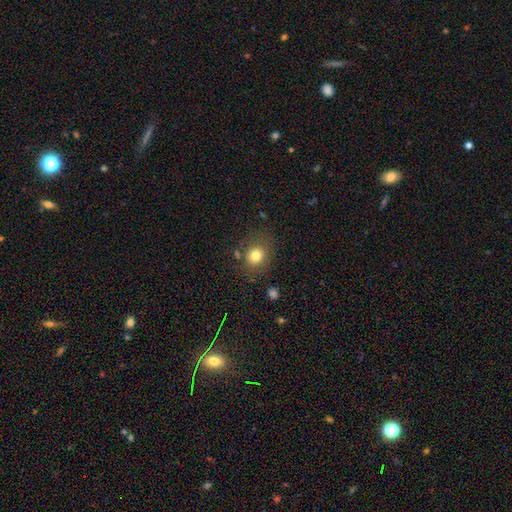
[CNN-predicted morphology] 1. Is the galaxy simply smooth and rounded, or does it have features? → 79% smooth, 11% star or artifact, 10% featured or disk.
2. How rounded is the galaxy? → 70% round, 29% in between, 1% cigar-shaped.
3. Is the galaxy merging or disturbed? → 75% none, 14% minor disturbance, 6% major disturbance, 5% merger.